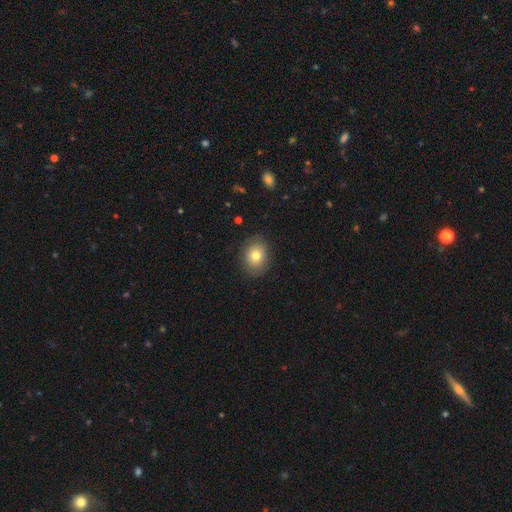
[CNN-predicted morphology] Smooth or featured? Predicted: smooth (p=0.78). How rounded? Predicted: in between (p=0.52). Merging? Predicted: none (p=0.85).